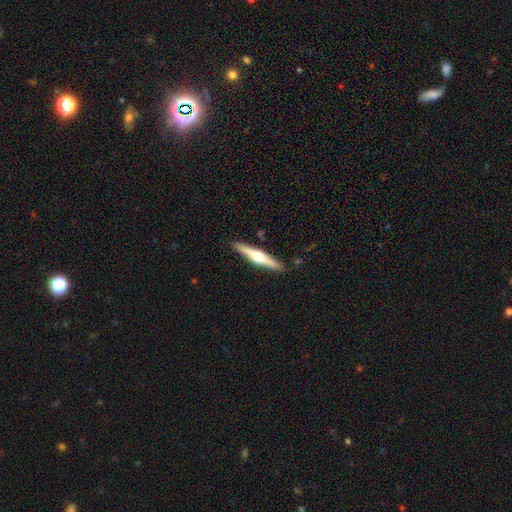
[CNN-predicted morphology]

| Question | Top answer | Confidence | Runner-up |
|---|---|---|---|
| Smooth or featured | featured or disk | 69% | smooth (25%) |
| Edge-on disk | yes | 97% | no (3%) |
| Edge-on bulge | rounded | 91% | boxy (5%) |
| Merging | none | 90% | minor disturbance (7%) |